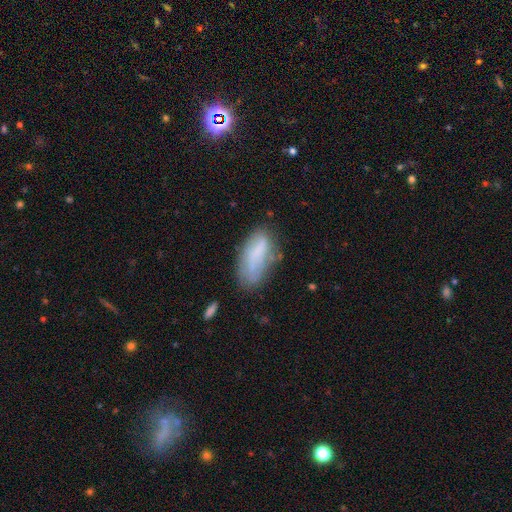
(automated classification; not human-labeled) The model was most divided on "merging": none: 49%, minor disturbance: 30%, major disturbance: 14%, merger: 6%. More confident: how rounded — in between (84%); smooth or featured — smooth (65%).